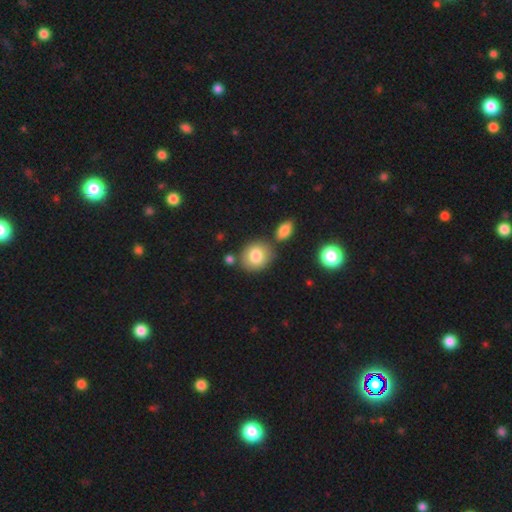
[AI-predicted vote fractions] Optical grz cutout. It shows a smooth galaxy with no disk features (82%) that is round (70%). Merging: none (72%).